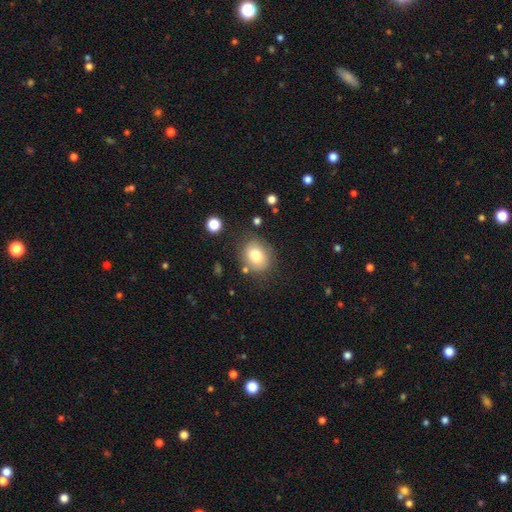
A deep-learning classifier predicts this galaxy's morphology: The model was most divided on "how rounded": round: 52%, in between: 48%, cigar-shaped: 1%. More confident: smooth or featured — smooth (80%); merging — none (74%).